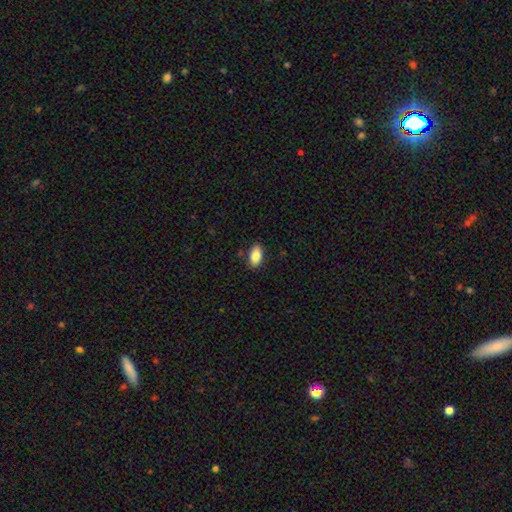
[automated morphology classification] Smooth or featured? Predicted: smooth (p=0.85). How rounded? Predicted: in between (p=0.92). Merging? Predicted: none (p=0.87).